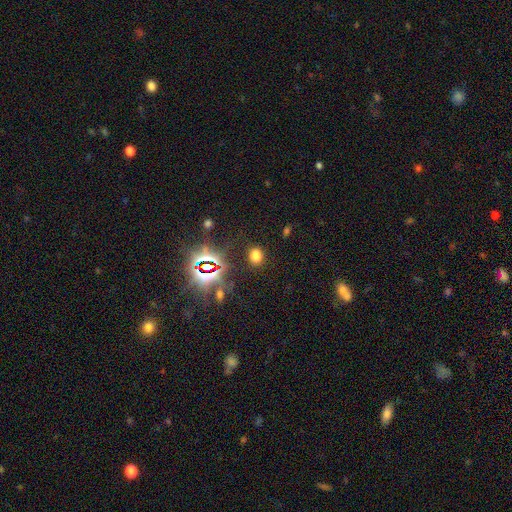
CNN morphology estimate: This appears to be a smooth galaxy with no disk features (66%) that is round (51%). Merging: none (84%).